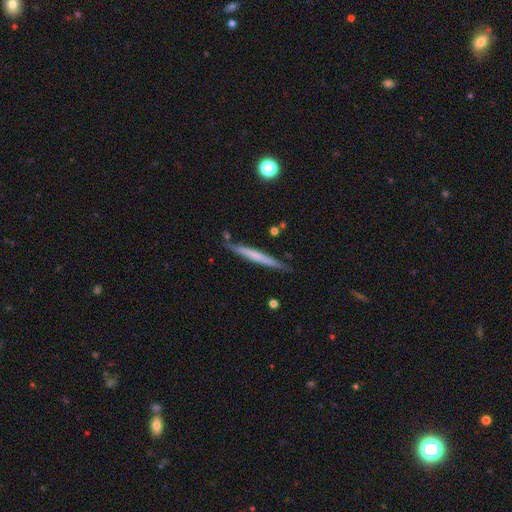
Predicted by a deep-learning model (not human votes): Smooth or featured?
  - smooth: 52% *
  - featured or disk: 42%
  - star or artifact: 6%
How rounded?
  - cigar-shaped: 97% *
  - in between: 2%
  - round: 1%
Merging?
  - none: 85% *
  - minor disturbance: 10%
  - merger: 2%
  - major disturbance: 2%